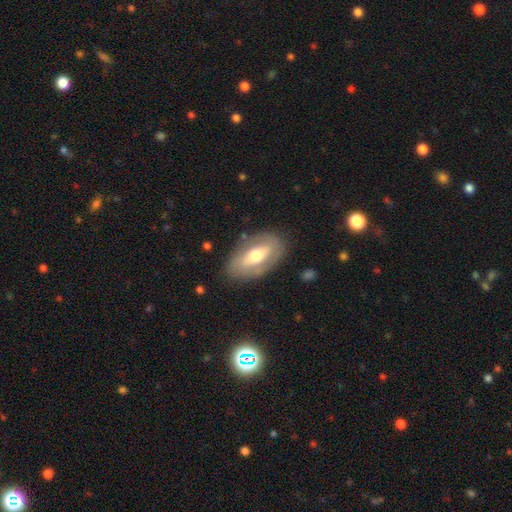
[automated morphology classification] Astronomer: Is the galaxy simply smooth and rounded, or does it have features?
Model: featured or disk — 49% (runner-up: smooth, 44%).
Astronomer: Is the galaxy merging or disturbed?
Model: none — 80%.